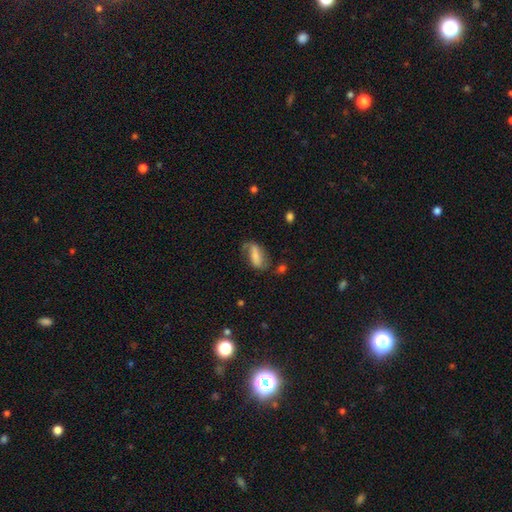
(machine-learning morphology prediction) Overall: smooth (50%; featured or disk 42%). Merging: none (47%; minor disturbance 27%).